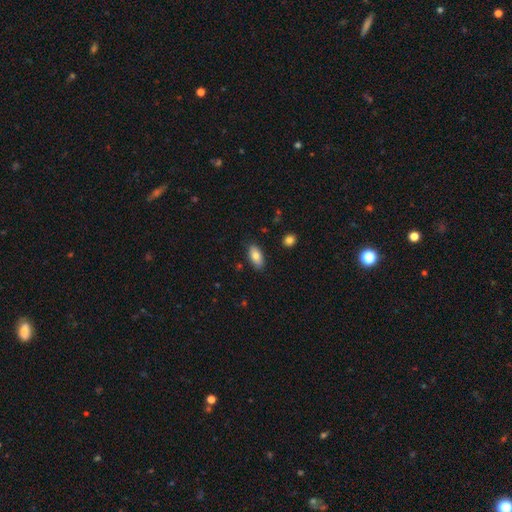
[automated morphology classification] A smooth galaxy with no disk features (78%) that is in between round and cigar-shaped (90%). Merging: none (85%).